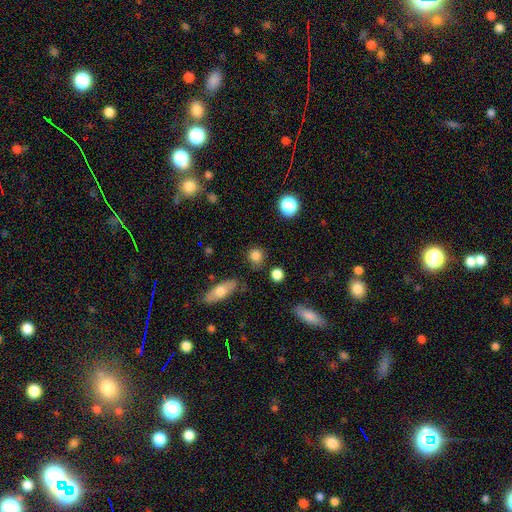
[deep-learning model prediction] Smooth or featured? Predicted: smooth (p=0.83). How rounded? Predicted: round (p=0.82). Merging? Predicted: none (p=0.80).